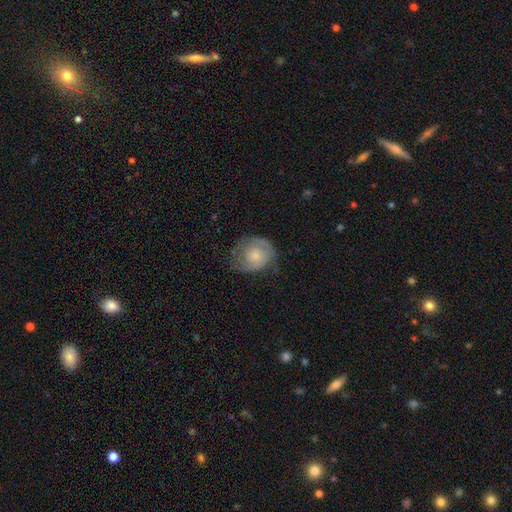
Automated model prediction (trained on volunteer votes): featured or disk 55%, smooth 38%, star or artifact 7%. Down the decision tree: edge-on disk — no (97%); bar — no (79%); spiral arms — yes (79%); bulge size — moderate (42%); merging — none (52%).